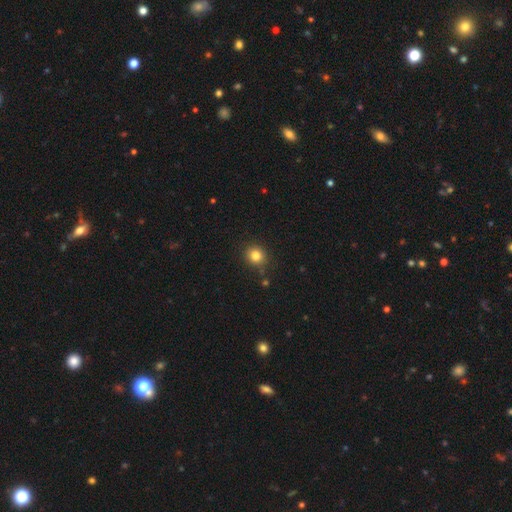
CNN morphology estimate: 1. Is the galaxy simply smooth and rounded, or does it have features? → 82% smooth, 12% star or artifact, 6% featured or disk.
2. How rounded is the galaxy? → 89% round, 11% in between, 1% cigar-shaped.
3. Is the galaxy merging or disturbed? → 86% none, 9% minor disturbance, 3% merger, 2% major disturbance.